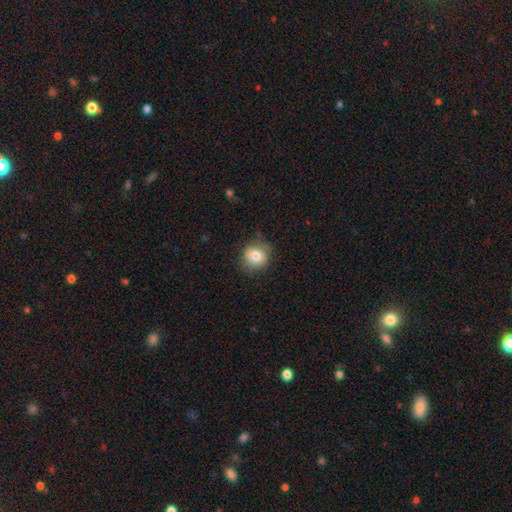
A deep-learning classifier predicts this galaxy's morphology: smooth_or_featured: smooth (p=0.79) [alt: featured or disk p=0.11]
how_rounded: round (p=0.88) [alt: in between p=0.11]
merging: none (p=0.79) [alt: minor disturbance p=0.15]